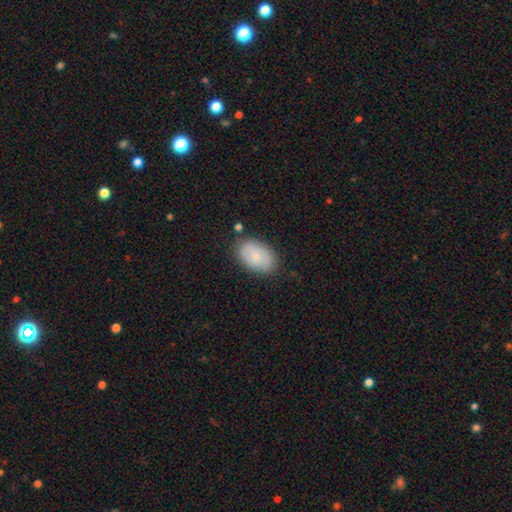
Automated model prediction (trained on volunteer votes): Smooth or featured?
  - smooth: 67% *
  - featured or disk: 26%
  - star or artifact: 7%
How rounded?
  - in between: 90% *
  - round: 9%
  - cigar-shaped: 1%
Merging?
  - none: 80% *
  - minor disturbance: 14%
  - major disturbance: 3%
  - merger: 2%